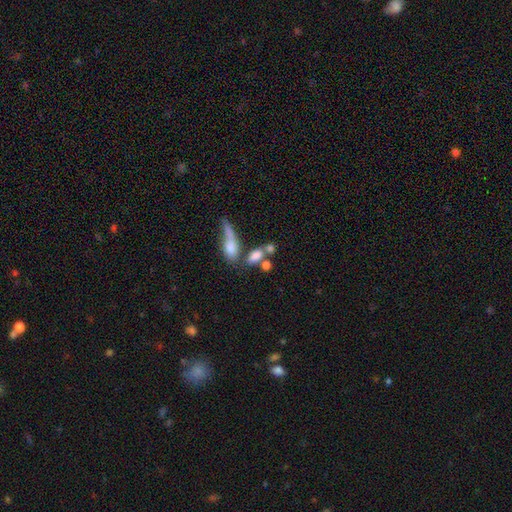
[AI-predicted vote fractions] This appears to be a smooth galaxy with no disk features (76%) that is in between round and cigar-shaped (74%). Merging: merger (43%).